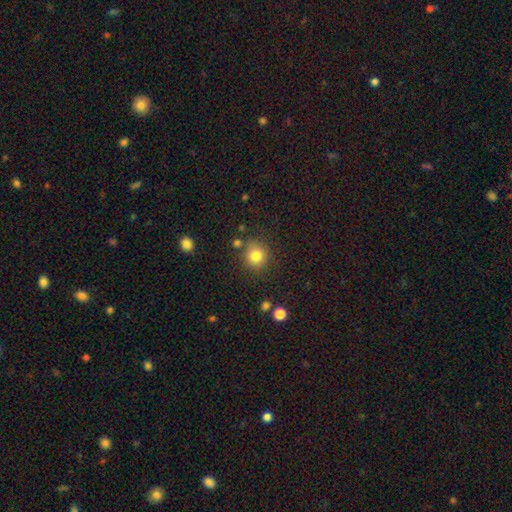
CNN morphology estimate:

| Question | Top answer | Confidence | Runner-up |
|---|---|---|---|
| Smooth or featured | smooth | 81% | star or artifact (12%) |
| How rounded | round | 90% | in between (9%) |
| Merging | none | 81% | minor disturbance (10%) |